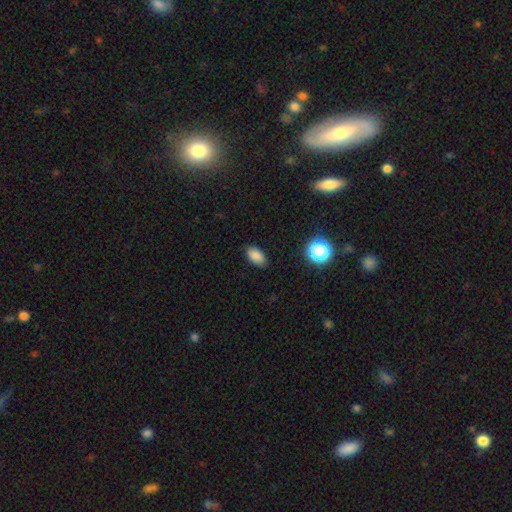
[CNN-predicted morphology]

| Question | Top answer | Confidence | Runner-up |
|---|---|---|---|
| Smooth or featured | smooth | 85% | star or artifact (10%) |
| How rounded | in between | 92% | round (6%) |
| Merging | none | 86% | minor disturbance (11%) |